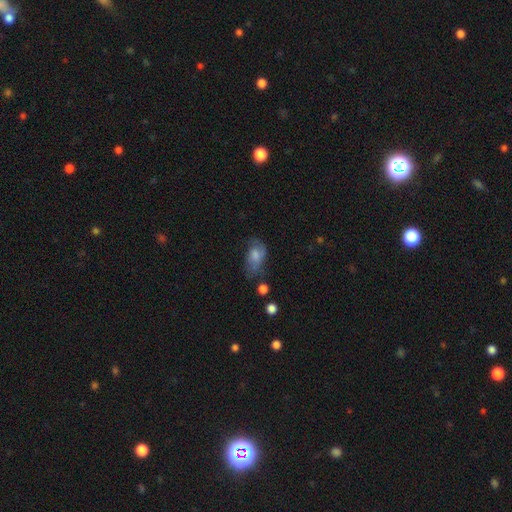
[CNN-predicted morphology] smooth 67%, featured or disk 24%, star or artifact 9%. Down the decision tree: how rounded — in between (88%); merging — none (41%).